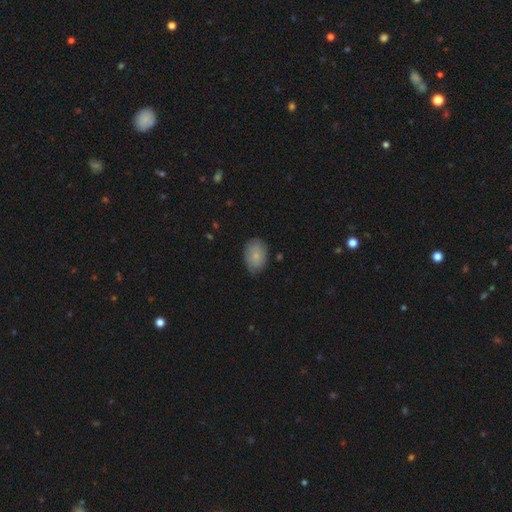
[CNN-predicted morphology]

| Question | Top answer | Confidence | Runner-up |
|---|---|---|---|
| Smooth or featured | smooth | 70% | featured or disk (23%) |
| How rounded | in between | 80% | round (19%) |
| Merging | none | 69% | minor disturbance (25%) |